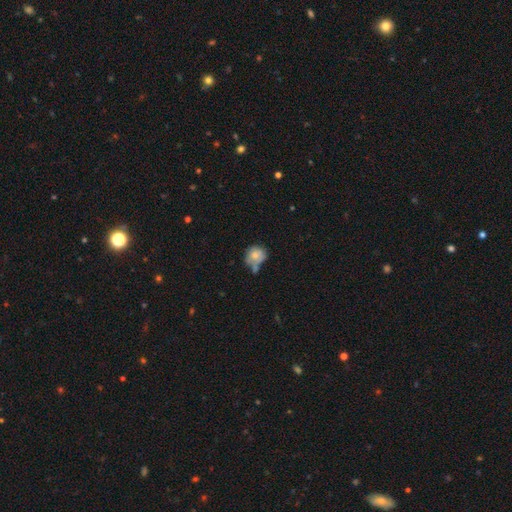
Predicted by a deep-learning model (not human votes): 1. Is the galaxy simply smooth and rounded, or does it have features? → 69% smooth, 22% featured or disk, 9% star or artifact.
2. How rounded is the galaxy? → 75% round, 24% in between, 1% cigar-shaped.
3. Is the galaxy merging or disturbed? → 38% none, 25% minor disturbance, 24% merger, 13% major disturbance.